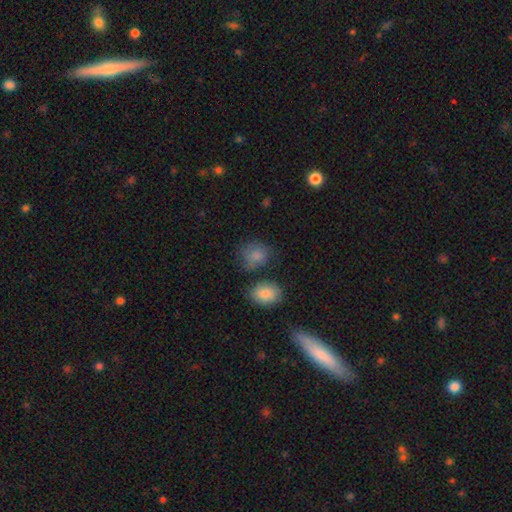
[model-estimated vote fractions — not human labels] Smooth or featured? Predicted: smooth (p=0.82). How rounded? Predicted: round (p=0.61). Merging? Predicted: none (p=0.55).